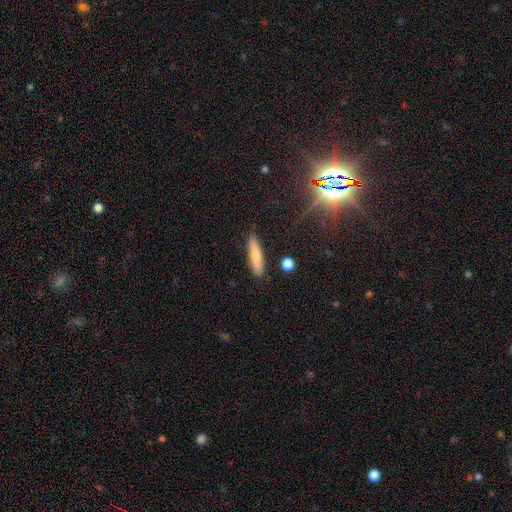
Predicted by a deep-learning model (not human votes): The model was most divided on "smooth or featured": smooth: 74%, featured or disk: 18%, star or artifact: 7%. More confident: merging — none (87%); how rounded — cigar-shaped (79%).